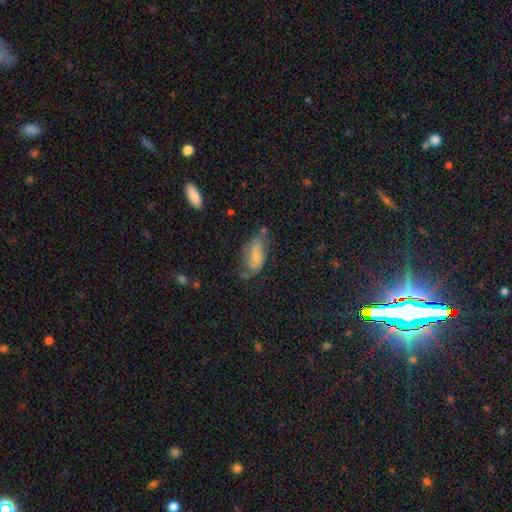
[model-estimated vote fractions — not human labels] Smooth or featured?
  - smooth: 58% *
  - featured or disk: 33%
  - star or artifact: 9%
How rounded?
  - in between: 85% *
  - cigar-shaped: 12%
  - round: 3%
Merging?
  - none: 45% *
  - minor disturbance: 32%
  - major disturbance: 17%
  - merger: 6%